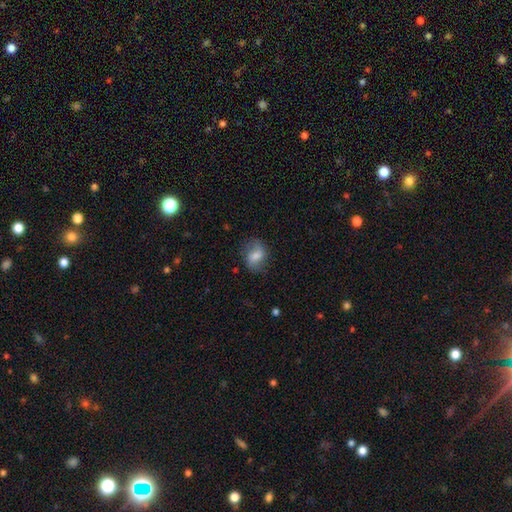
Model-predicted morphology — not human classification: Q: Smooth or featured?
A: smooth (65%); runner-up: featured or disk (27%)
Q: How rounded?
A: in between (66%); runner-up: round (32%)
Q: Merging?
A: none (71%); runner-up: minor disturbance (21%)